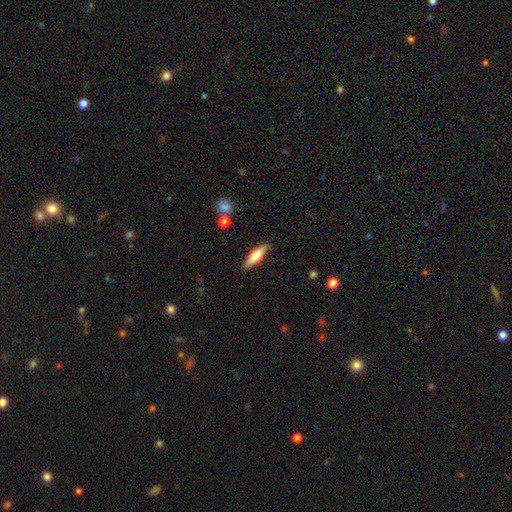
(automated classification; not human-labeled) This appears to be a smooth galaxy with no disk features (54%) that is cigar-shaped (64%). Merging: none (86%).